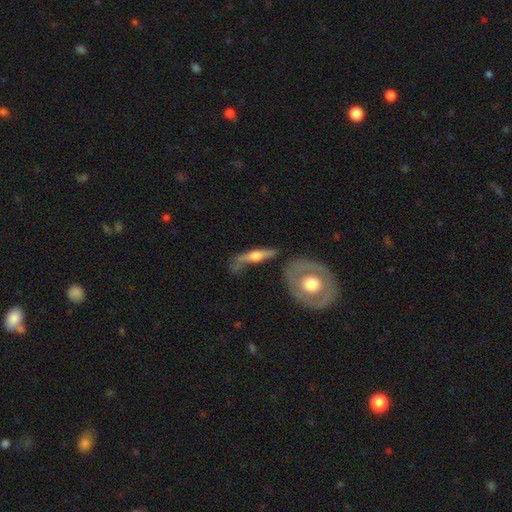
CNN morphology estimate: This is likely a featured or disk galaxy (63%). It is clearly viewed edge-on (83%). Edge-on bulge: clearly rounded (93%). Merging: possibly none (58%).